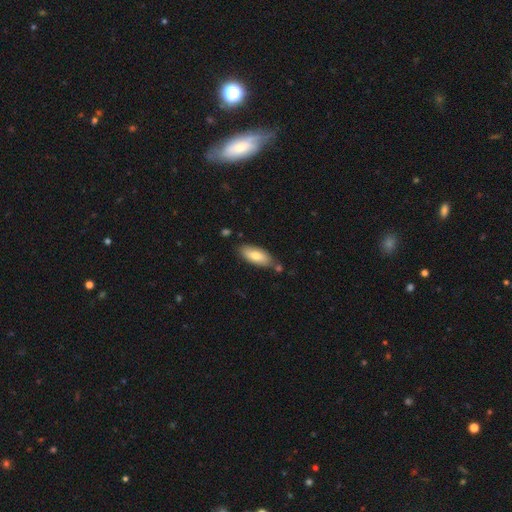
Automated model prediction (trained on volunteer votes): Smooth or featured: smooth — 74% (featured or disk — 20%)
How rounded: in between — 81% (cigar-shaped — 17%)
Merging: none — 77% (minor disturbance — 15%)